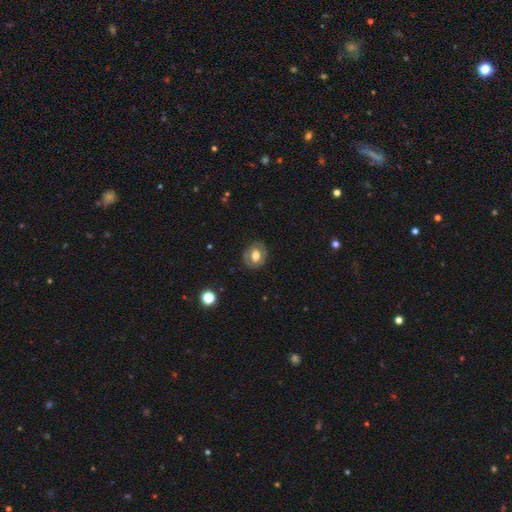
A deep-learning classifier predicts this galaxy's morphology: Smooth or featured?
  - smooth: 56% *
  - featured or disk: 36%
  - star or artifact: 8%
How rounded?
  - round: 50% *
  - in between: 49%
  - cigar-shaped: 1%
Merging?
  - none: 81% *
  - minor disturbance: 13%
  - major disturbance: 4%
  - merger: 1%